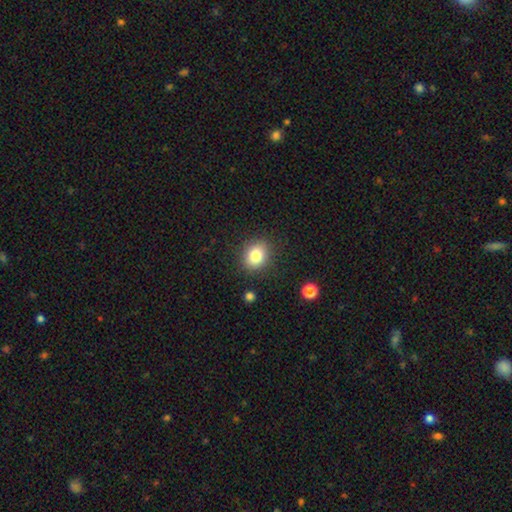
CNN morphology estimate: Smooth or featured: smooth — 81% (star or artifact — 11%)
How rounded: round — 58% (in between — 41%)
Merging: none — 86% (minor disturbance — 9%)